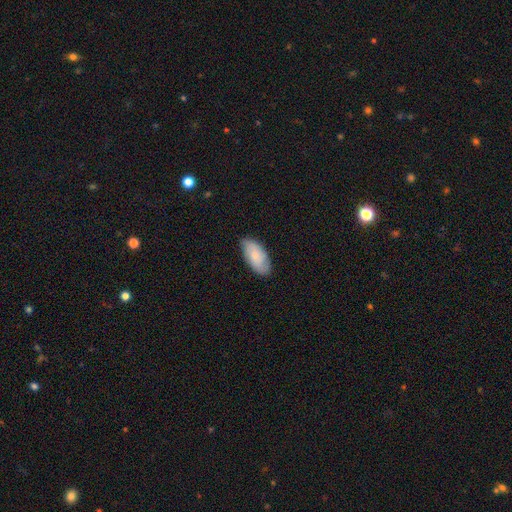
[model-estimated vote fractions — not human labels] Q: Smooth or featured?
A: smooth (72%); runner-up: featured or disk (22%)
Q: How rounded?
A: in between (93%); runner-up: cigar-shaped (5%)
Q: Merging?
A: none (80%); runner-up: minor disturbance (16%)